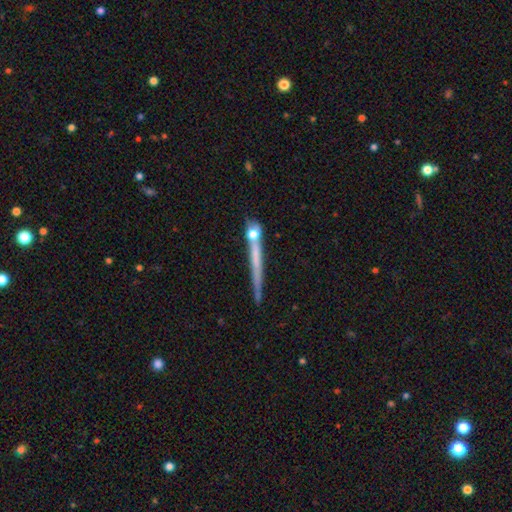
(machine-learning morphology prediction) Smooth or featured: featured or disk — 48% (smooth — 44%)
Merging: none — 73% (minor disturbance — 13%)